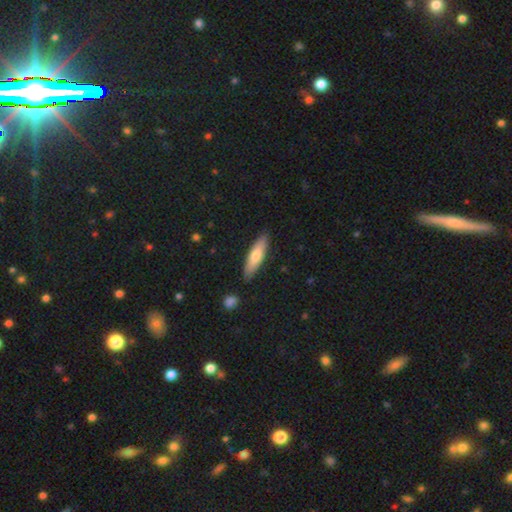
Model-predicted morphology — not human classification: A smooth galaxy with no disk features (67%) that is cigar-shaped (64%).

Vote fractions:
- Smooth or featured? smooth: 67% / featured or disk: 27% / star or artifact: 5%
- How rounded? cigar-shaped: 64% / in between: 34% / round: 2%
- Merging? none: 86% / minor disturbance: 10% / major disturbance: 2% / merger: 2%